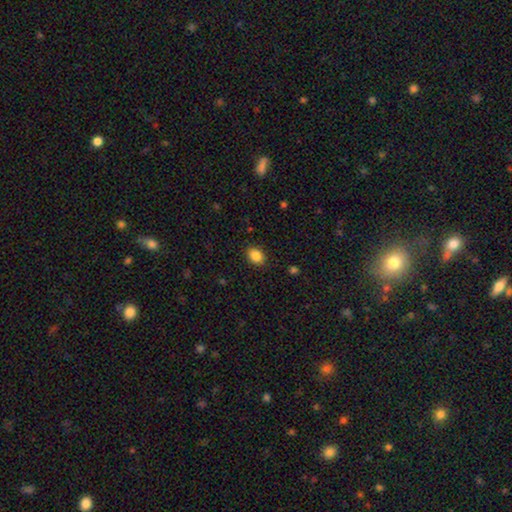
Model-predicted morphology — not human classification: This is clearly a smooth galaxy (86%). How rounded: likely in between (63%). Merging: clearly none (88%).